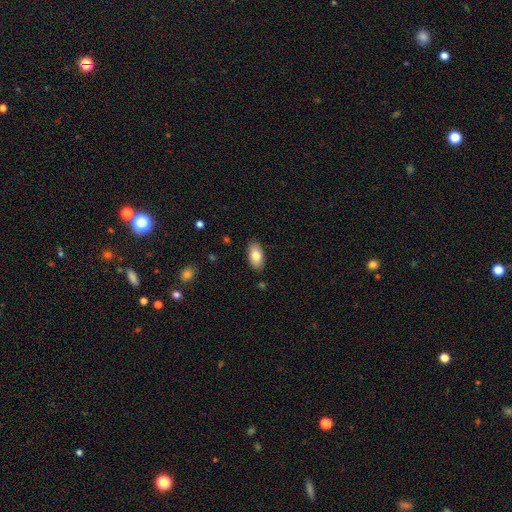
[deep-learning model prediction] Smooth or featured: smooth — 80% (featured or disk — 14%)
How rounded: in between — 93% (cigar-shaped — 4%)
Merging: none — 87% (minor disturbance — 9%)